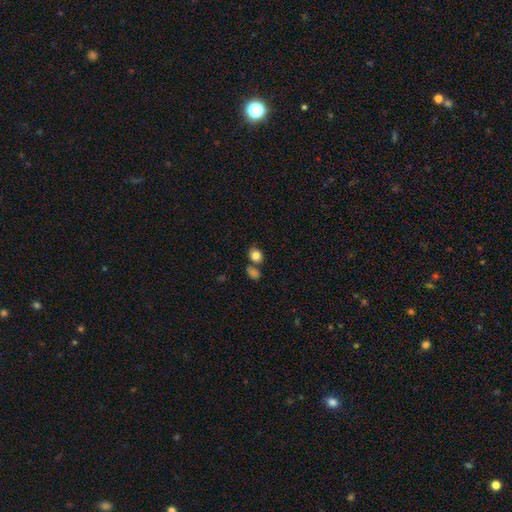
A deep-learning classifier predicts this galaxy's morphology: type=smooth (81%); roundness=round (52%); merging=none (51%).